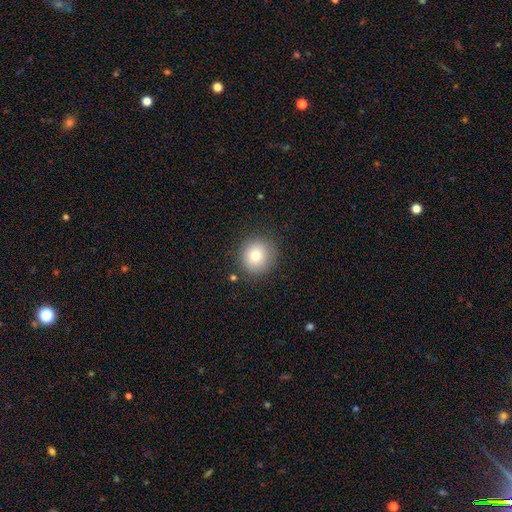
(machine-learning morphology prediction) Smooth or featured?
  - smooth: 78% *
  - featured or disk: 11%
  - star or artifact: 11%
How rounded?
  - round: 88% *
  - in between: 11%
  - cigar-shaped: 1%
Merging?
  - none: 86% *
  - minor disturbance: 9%
  - major disturbance: 3%
  - merger: 2%